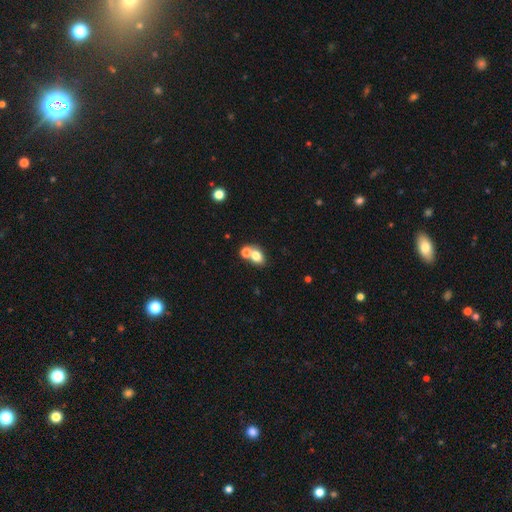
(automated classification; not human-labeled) A smooth galaxy with no disk features (75%) that is in between round and cigar-shaped (62%).

Vote fractions:
- Smooth or featured? smooth: 75% / featured or disk: 13% / star or artifact: 12%
- How rounded? in between: 62% / round: 37% / cigar-shaped: 1%
- Merging? merger: 46% / none: 43% / minor disturbance: 8% / major disturbance: 3%